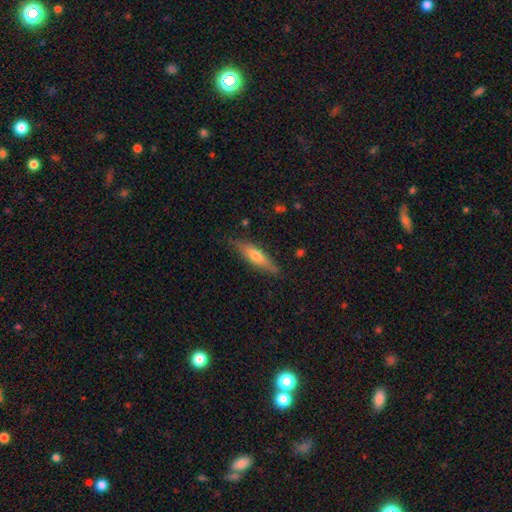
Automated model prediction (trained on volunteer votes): smooth-or-featured: smooth: 56% | featured or disk: 38% | star or artifact: 6%
  how-rounded: cigar-shaped: 70% | in between: 28% | round: 2%
  merging: none: 81% | minor disturbance: 14% | major disturbance: 3% | merger: 1%